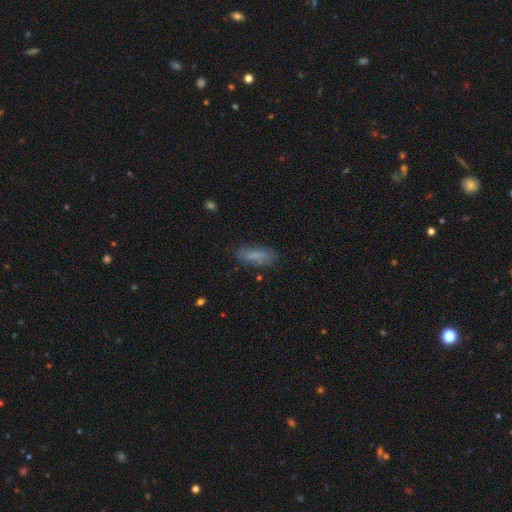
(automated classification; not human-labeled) The model was most divided on "how rounded": in between: 55%, cigar-shaped: 42%, round: 2%. More confident: merging — none (76%); smooth or featured — smooth (74%).